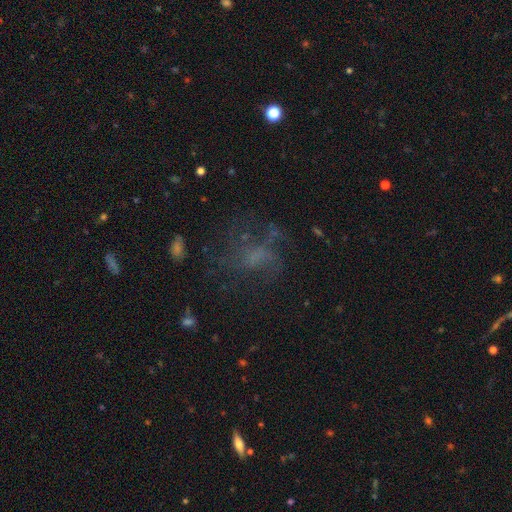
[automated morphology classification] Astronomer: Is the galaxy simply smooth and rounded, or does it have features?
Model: featured or disk — 40% (runner-up: star or artifact, 30%).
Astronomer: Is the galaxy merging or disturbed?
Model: none — 50% (runner-up: major disturbance, 30%).